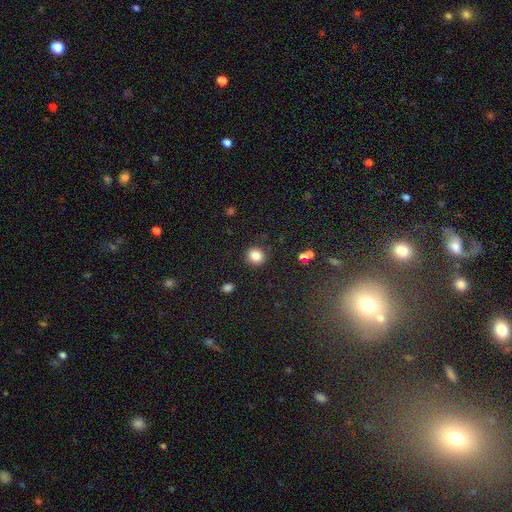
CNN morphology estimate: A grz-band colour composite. It shows a smooth galaxy with no disk features (85%) that is round (88%). Merging: none (89%).